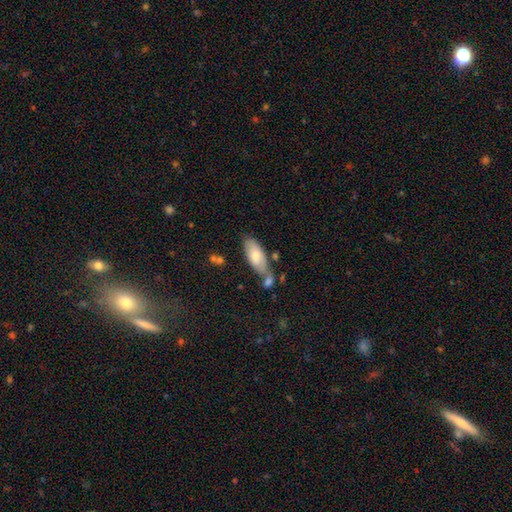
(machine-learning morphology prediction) smooth-or-featured: smooth: 72% | featured or disk: 22% | star or artifact: 6%
  how-rounded: in between: 83% | cigar-shaped: 15% | round: 2%
  merging: none: 52% | merger: 22% | minor disturbance: 20% | major disturbance: 6%